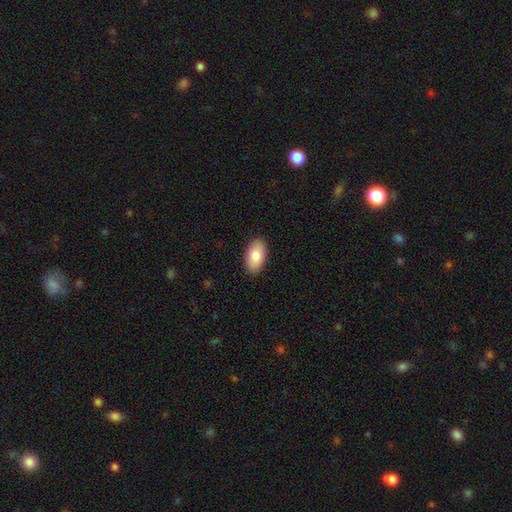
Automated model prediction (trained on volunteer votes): Smooth or featured?
  - smooth: 83% *
  - featured or disk: 11%
  - star or artifact: 6%
How rounded?
  - in between: 95% *
  - round: 3%
  - cigar-shaped: 2%
Merging?
  - none: 90% *
  - minor disturbance: 8%
  - major disturbance: 2%
  - merger: 1%